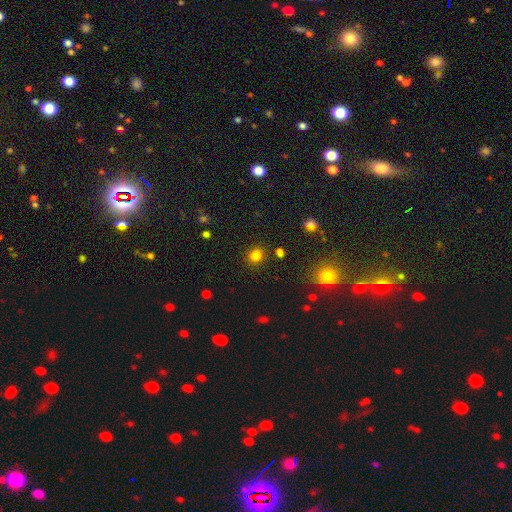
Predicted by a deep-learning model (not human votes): This appears to be a smooth galaxy with no disk features (79%) that is round (80%). Merging: none (86%).